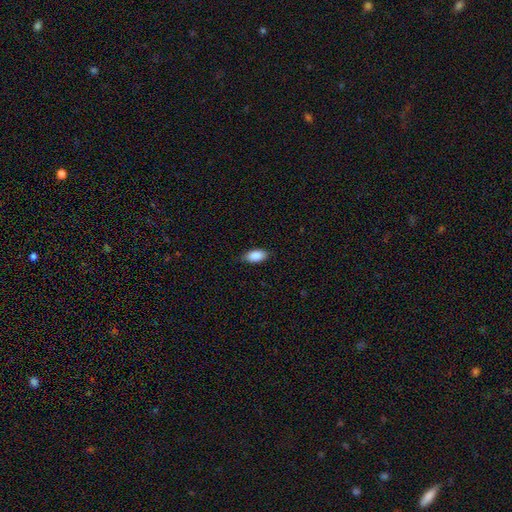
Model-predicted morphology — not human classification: A smooth galaxy with no disk features (89%) that is in between round and cigar-shaped (92%).

Vote fractions:
- Smooth or featured? smooth: 89% / star or artifact: 7% / featured or disk: 5%
- How rounded? in between: 92% / cigar-shaped: 5% / round: 3%
- Merging? none: 82% / minor disturbance: 15% / major disturbance: 3% / merger: 1%